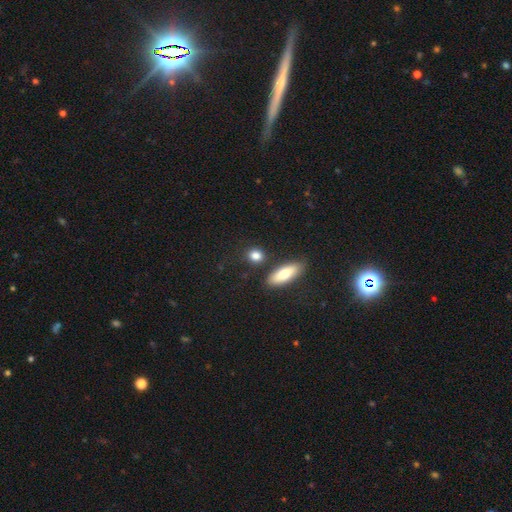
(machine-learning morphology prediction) smooth_or_featured: smooth (p=0.84) [alt: star or artifact p=0.08]
how_rounded: round (p=0.58) [alt: in between p=0.36]
merging: none (p=0.79) [alt: minor disturbance p=0.10]